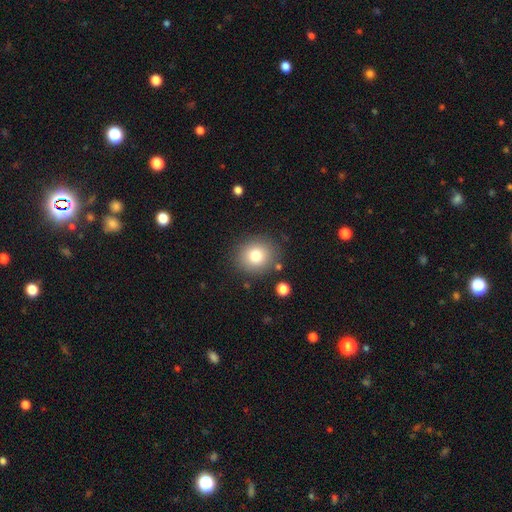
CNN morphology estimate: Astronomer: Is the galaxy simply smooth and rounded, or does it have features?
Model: smooth — 79%.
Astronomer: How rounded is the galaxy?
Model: round — 82%.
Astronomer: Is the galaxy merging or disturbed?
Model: none — 85%.